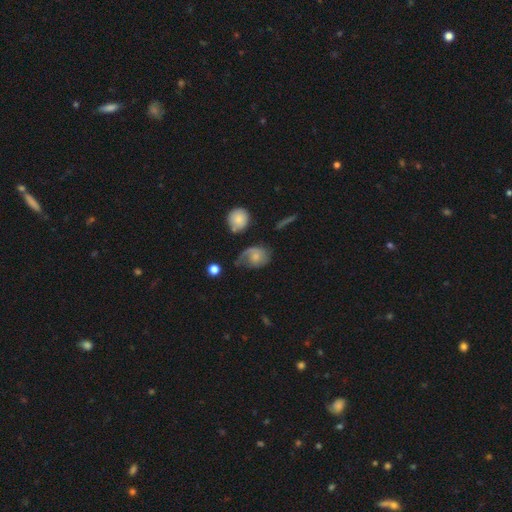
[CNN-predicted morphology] Smooth or featured? featured or disk (55%)
Edge-on disk? no (96%)
Bar? no (70%)
Spiral arms? yes (85%)
Bulge size? small (41%)
Merging? none (37%)